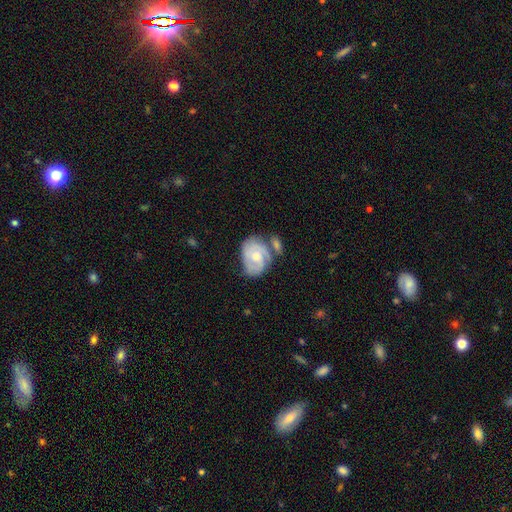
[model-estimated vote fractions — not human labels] featured or disk 67%, smooth 28%, star or artifact 6%. Down the decision tree: edge-on disk — no (97%); bar — no (72%); spiral arms — yes (85%); spiral arm count — 2 (38%); spiral winding — tight (59%); bulge size — moderate (61%); merging — none (43%).